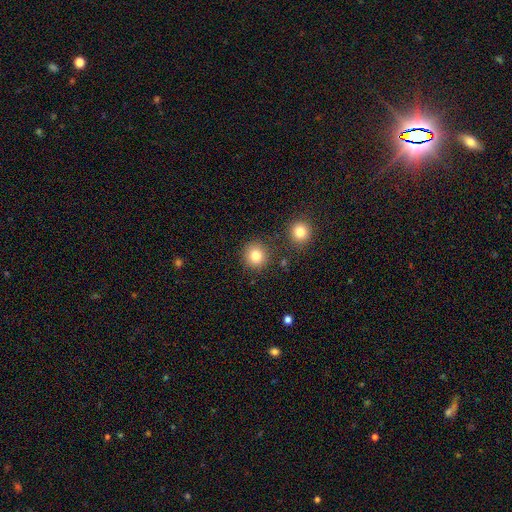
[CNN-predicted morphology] A smooth galaxy with no disk features (82%) that is round (92%).

Vote fractions:
- Smooth or featured? smooth: 82% / star or artifact: 11% / featured or disk: 7%
- How rounded? round: 92% / in between: 7% / cigar-shaped: 1%
- Merging? none: 85% / minor disturbance: 7% / merger: 5% / major disturbance: 3%